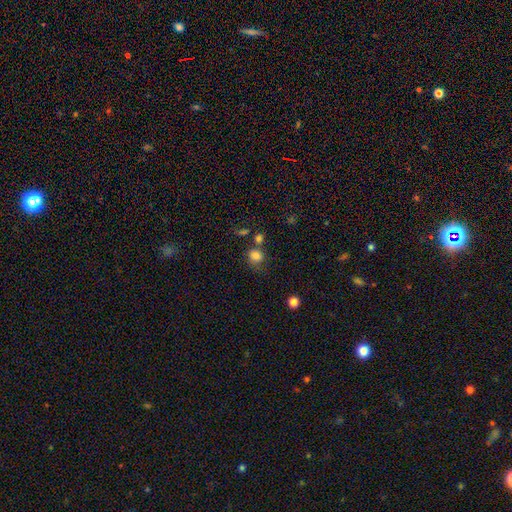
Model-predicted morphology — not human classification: This appears to be a smooth galaxy with no disk features (82%) that is round (79%). Merging: none (59%).